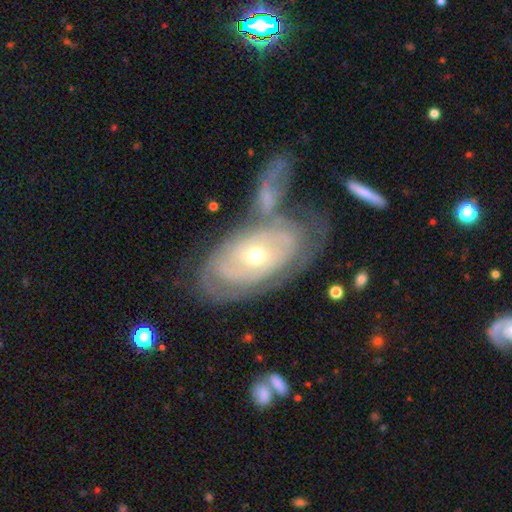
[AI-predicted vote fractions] Smooth or featured? Predicted: featured or disk (p=0.80). Edge-on disk? Predicted: no (p=0.93). Bar? Predicted: no (p=0.59). Spiral arms? Predicted: yes (p=0.85). Spiral winding? Predicted: tight (p=0.75). Spiral arm count? Predicted: can't tell (p=0.47). Bulge size? Predicted: moderate (p=0.51). Merging? Predicted: none (p=0.43).